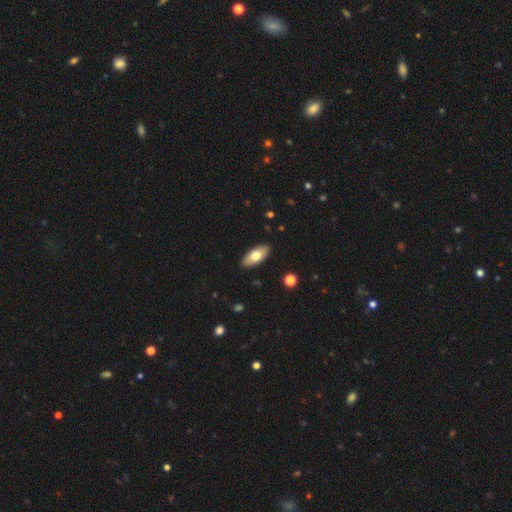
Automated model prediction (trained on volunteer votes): Morphology: type=smooth (73%); roundness=in between (88%); merging=none (89%).